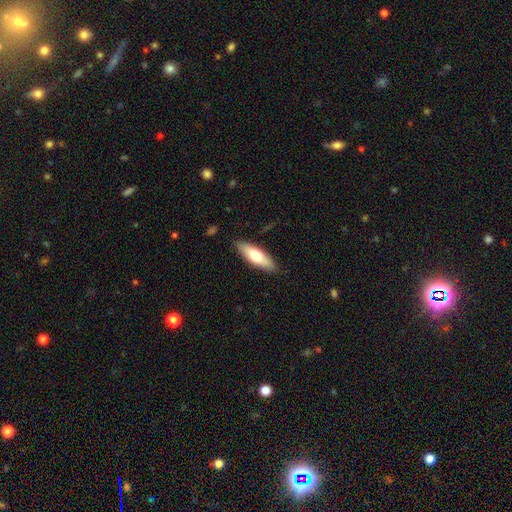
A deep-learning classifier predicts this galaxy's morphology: smooth 66%, featured or disk 28%, star or artifact 6%. Down the decision tree: how rounded — in between (51%); merging — none (87%).